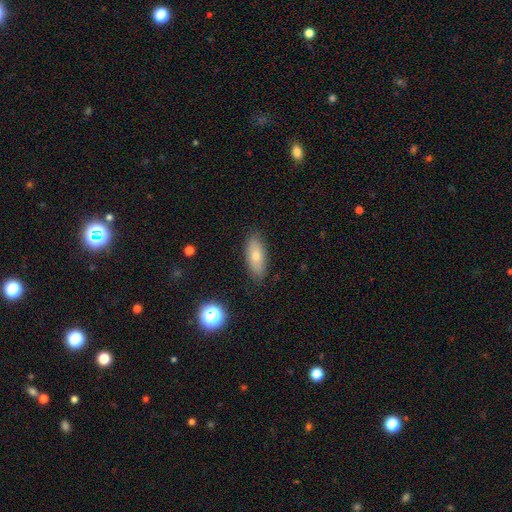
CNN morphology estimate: Q: Smooth or featured?
A: smooth (68%); runner-up: featured or disk (22%)
Q: How rounded?
A: in between (78%); runner-up: cigar-shaped (18%)
Q: Merging?
A: none (86%); runner-up: minor disturbance (11%)